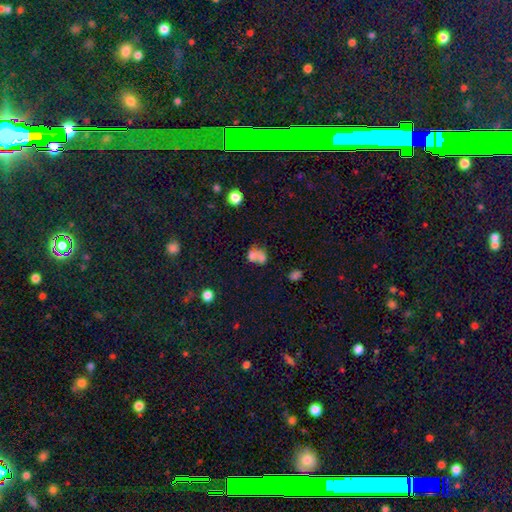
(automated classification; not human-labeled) Overall: smooth (65%). How rounded: round (54%; in between 45%). Merging: merger (61%; none 22%).